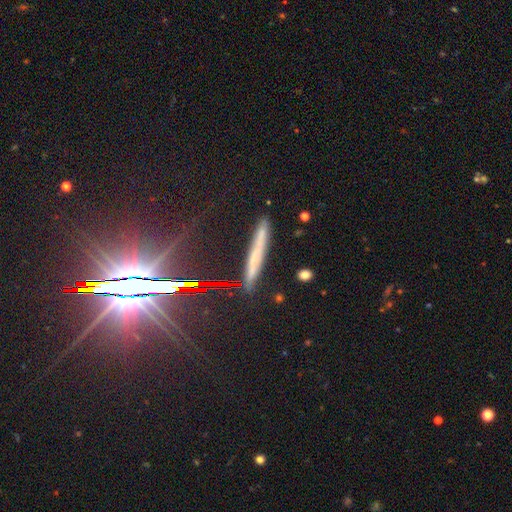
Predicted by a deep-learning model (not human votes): smooth-or-featured: smooth: 45% | featured or disk: 35% | star or artifact: 19%
  merging: none: 84% | minor disturbance: 11% | major disturbance: 2% | merger: 2%